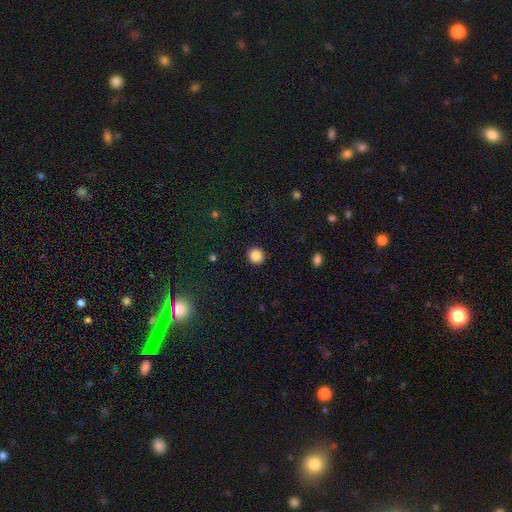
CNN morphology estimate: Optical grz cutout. It shows a smooth galaxy with no disk features (86%) that is round (91%). Merging: none (92%).